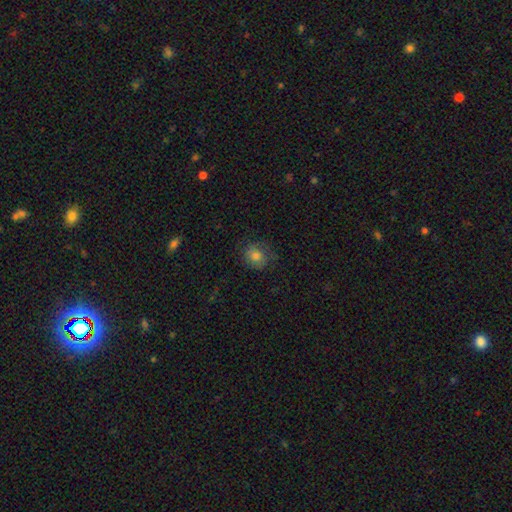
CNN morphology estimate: smooth 78%, featured or disk 12%, star or artifact 10%. Down the decision tree: how rounded — round (76%); merging — none (73%).